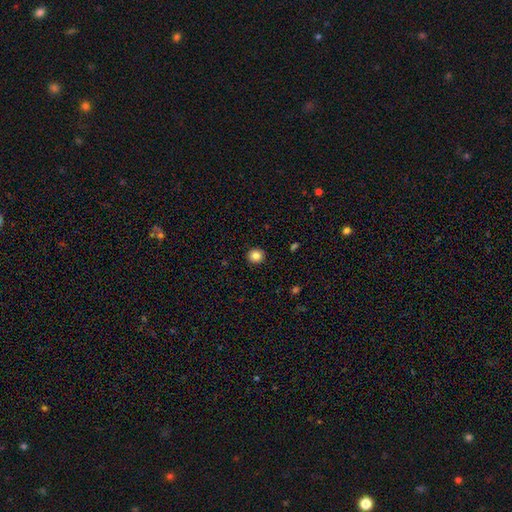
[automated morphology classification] Q: Smooth or featured?
A: smooth (83%); runner-up: star or artifact (11%)
Q: How rounded?
A: round (90%); runner-up: in between (9%)
Q: Merging?
A: none (93%); runner-up: minor disturbance (5%)